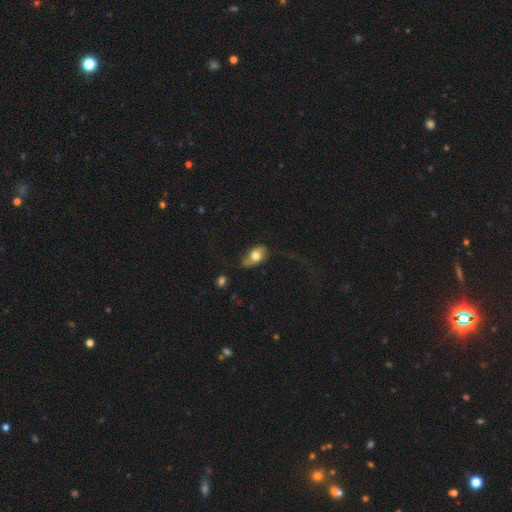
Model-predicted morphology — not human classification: Smooth or featured?
  - smooth: 69% *
  - featured or disk: 23%
  - star or artifact: 8%
How rounded?
  - in between: 84% *
  - round: 12%
  - cigar-shaped: 4%
Merging?
  - none: 51% *
  - minor disturbance: 33%
  - major disturbance: 13%
  - merger: 3%